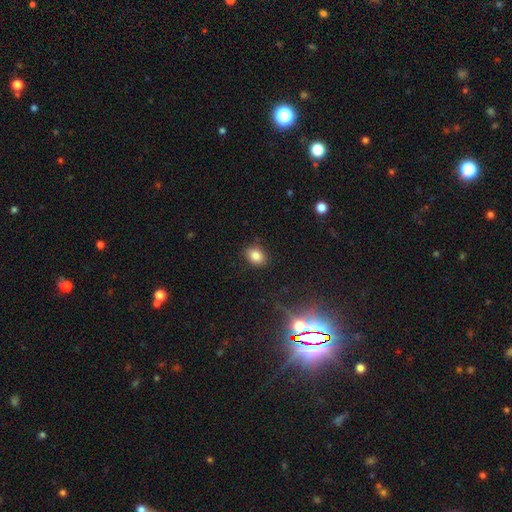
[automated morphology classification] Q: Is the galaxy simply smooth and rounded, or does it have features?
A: smooth — 83%.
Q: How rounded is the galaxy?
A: in between — 54%.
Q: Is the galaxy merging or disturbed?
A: none — 86%.